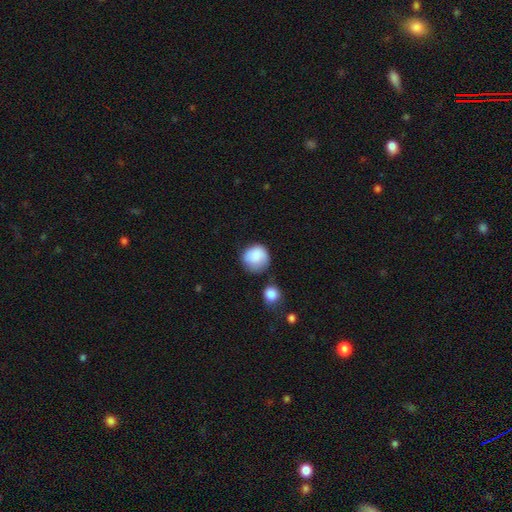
This is clearly a smooth galaxy (81%). How rounded: clearly round (97%). Merging: likely none (66%).